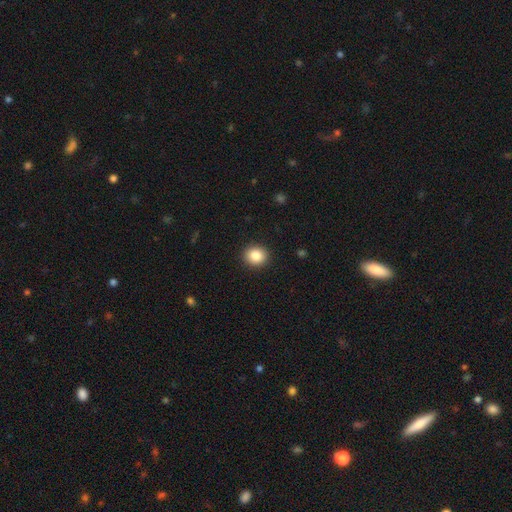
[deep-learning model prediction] This is clearly a smooth galaxy (86%). How rounded: clearly round (80%). Merging: clearly none (92%).